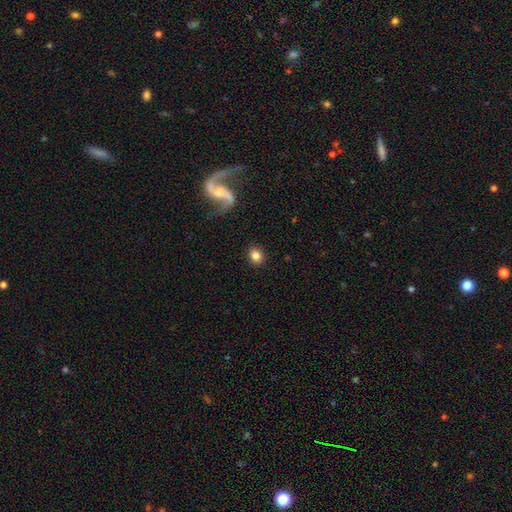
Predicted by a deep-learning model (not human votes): Morphology: type=smooth (81%); roundness=round (68%); merging=none (90%).